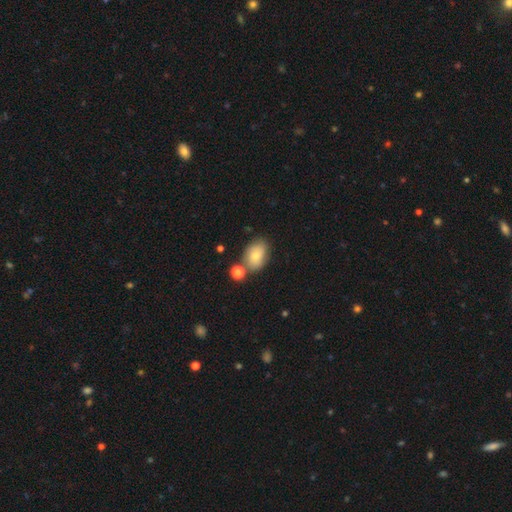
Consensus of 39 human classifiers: Smooth or featured: smooth — 72% (featured or disk — 23%)
How rounded: in between — 86% (round — 14%)
Merging: none — 76% (minor disturbance — 16%)